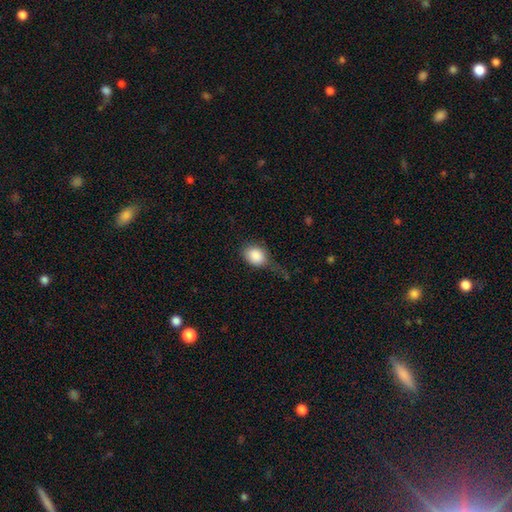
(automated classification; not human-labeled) Q: Smooth or featured?
A: smooth (87%); runner-up: star or artifact (7%)
Q: How rounded?
A: in between (56%); runner-up: round (43%)
Q: Merging?
A: none (40%); runner-up: minor disturbance (36%)